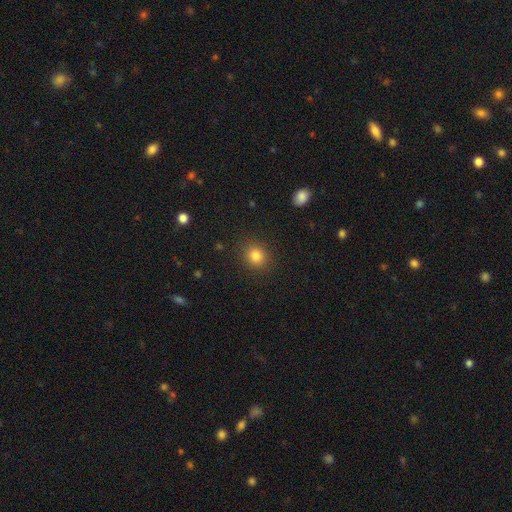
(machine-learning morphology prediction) This appears to be a smooth galaxy with no disk features (83%) that is round (80%). Merging: none (88%).